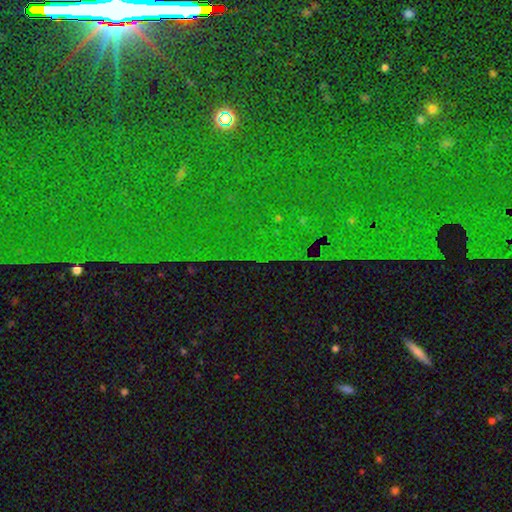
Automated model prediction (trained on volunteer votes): Smooth or featured? Predicted: star or artifact (p=0.85).